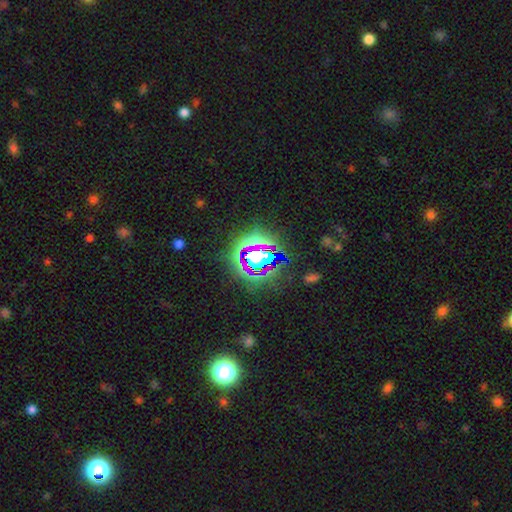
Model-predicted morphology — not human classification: This appears to be a star or artifact, not a galaxy (70%).